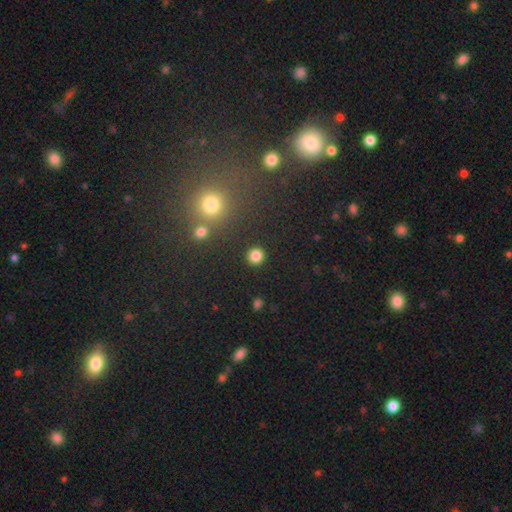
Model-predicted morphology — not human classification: Smooth or featured: smooth — 83% (star or artifact — 13%)
How rounded: round — 92% (in between — 7%)
Merging: none — 91% (minor disturbance — 5%)